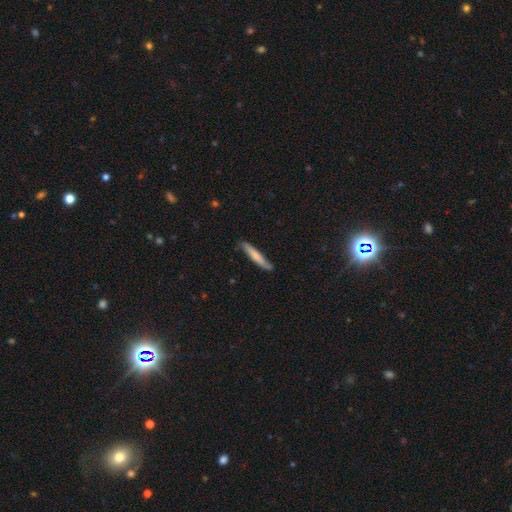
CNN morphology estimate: This is likely a smooth galaxy (68%). How rounded: clearly cigar-shaped (93%). Merging: likely none (80%).